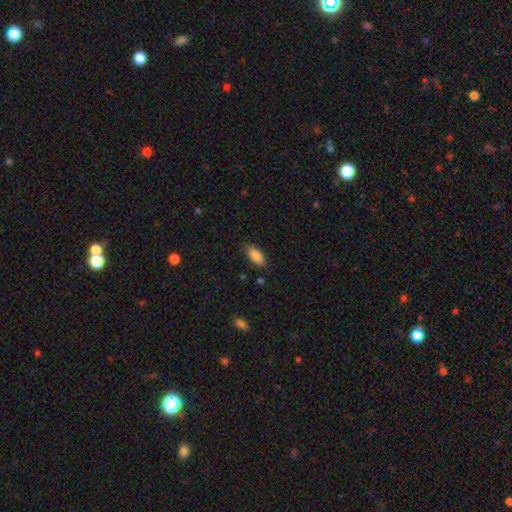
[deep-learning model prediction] Smooth or featured: smooth — 86% (featured or disk — 7%)
How rounded: in between — 87% (cigar-shaped — 11%)
Merging: none — 81% (minor disturbance — 14%)